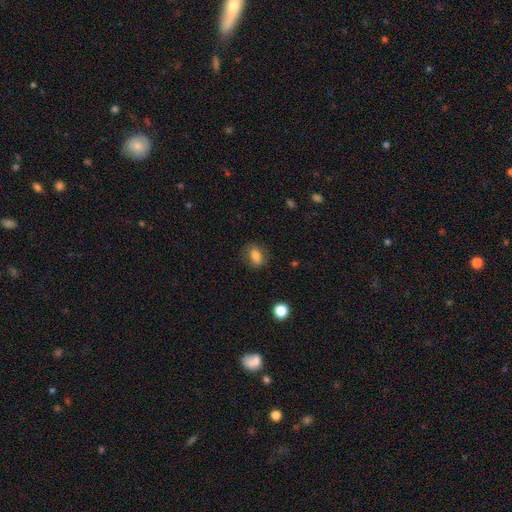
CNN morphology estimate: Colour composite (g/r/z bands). It shows a smooth galaxy with no disk features (81%) that is in between round and cigar-shaped (76%). Merging: none (78%).